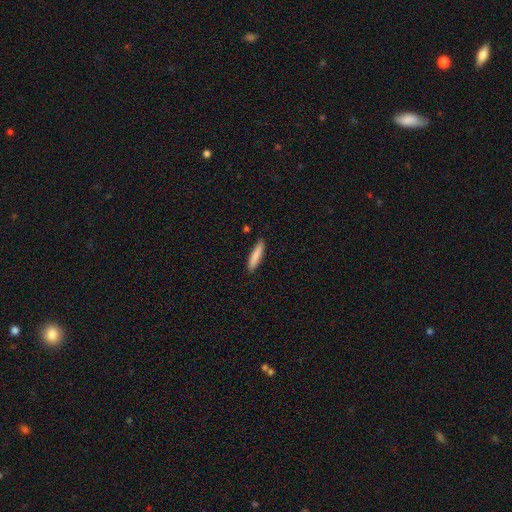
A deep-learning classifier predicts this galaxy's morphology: This is clearly a smooth galaxy (84%). How rounded: clearly cigar-shaped (83%). Merging: clearly none (87%).